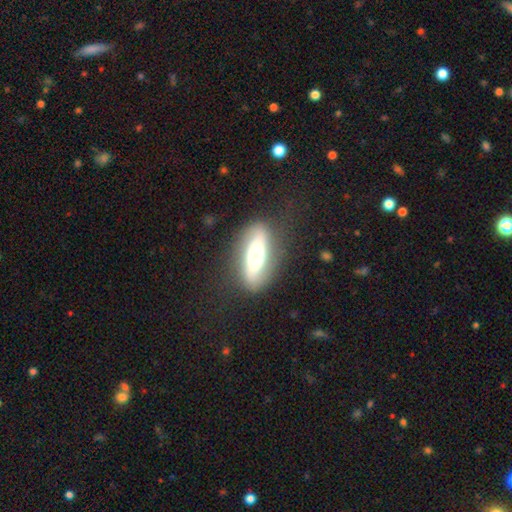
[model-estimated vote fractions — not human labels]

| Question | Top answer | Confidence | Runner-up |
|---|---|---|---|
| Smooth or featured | featured or disk | 52% | smooth (42%) |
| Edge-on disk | no | 71% | yes (29%) |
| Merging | none | 77% | minor disturbance (15%) |